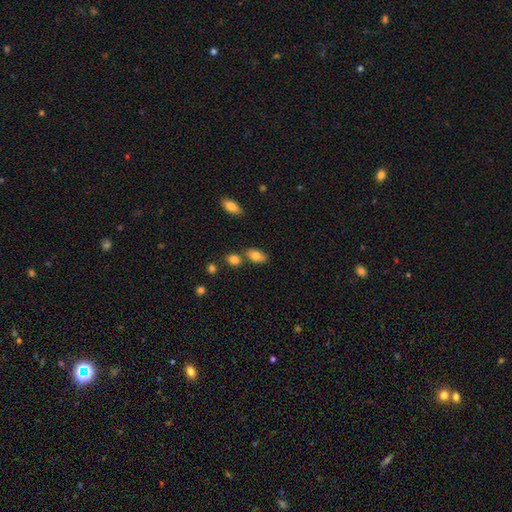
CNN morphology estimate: smooth 79%, featured or disk 12%, star or artifact 8%. Down the decision tree: how rounded — in between (87%); merging — none (66%).